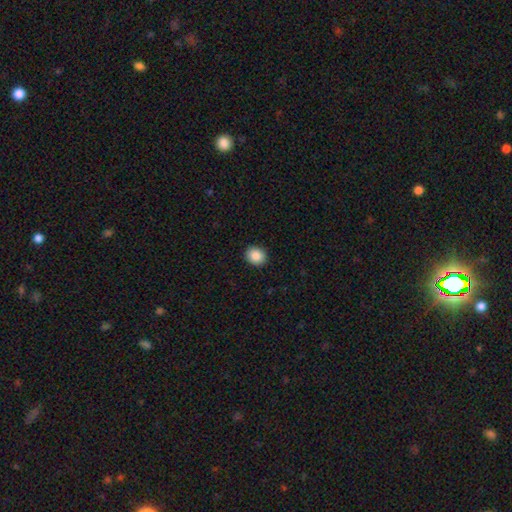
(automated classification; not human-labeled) smooth 87%, star or artifact 9%, featured or disk 4%. Down the decision tree: how rounded — round (69%); merging — none (92%).